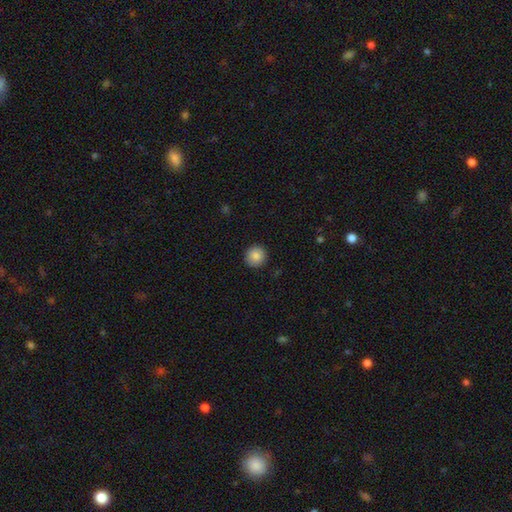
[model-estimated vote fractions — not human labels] Smooth or featured?
  - smooth: 85% *
  - star or artifact: 9%
  - featured or disk: 7%
How rounded?
  - round: 94% *
  - in between: 5%
  - cigar-shaped: 1%
Merging?
  - none: 92% *
  - minor disturbance: 6%
  - major disturbance: 2%
  - merger: 1%